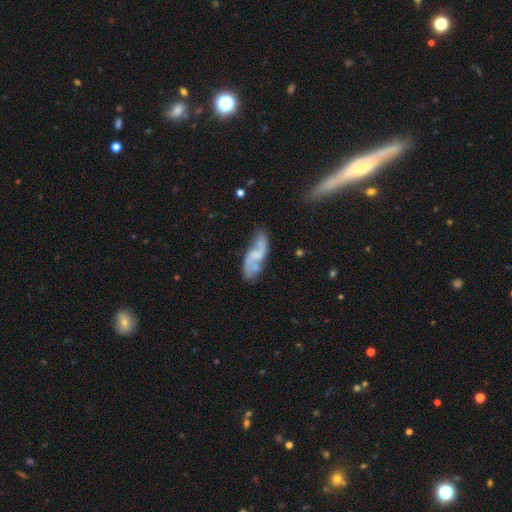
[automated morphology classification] Smooth or featured? Predicted: featured or disk (p=0.75). Edge-on disk? Predicted: no (p=0.92). Bar? Predicted: weak (p=0.45). Spiral arms? Predicted: yes (p=0.92). Spiral winding? Predicted: loose (p=0.58). Spiral arm count? Predicted: 2 (p=0.88). Bulge size? Predicted: small (p=0.44). Merging? Predicted: none (p=0.66).